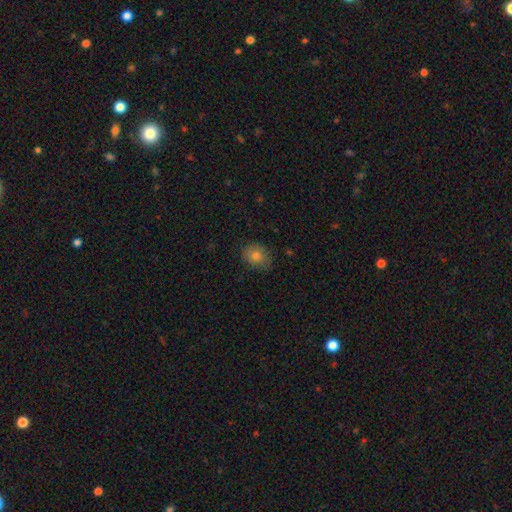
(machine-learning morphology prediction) A smooth galaxy with no disk features (77%) that is in between round and cigar-shaped (49%, tied with round).

Vote fractions:
- Smooth or featured? smooth: 77% / star or artifact: 13% / featured or disk: 11%
- How rounded? in between: 49% (tied) / round: 49% (tied) / cigar-shaped: 1%
- Merging? none: 81% / minor disturbance: 15% / major disturbance: 3% / merger: 1%